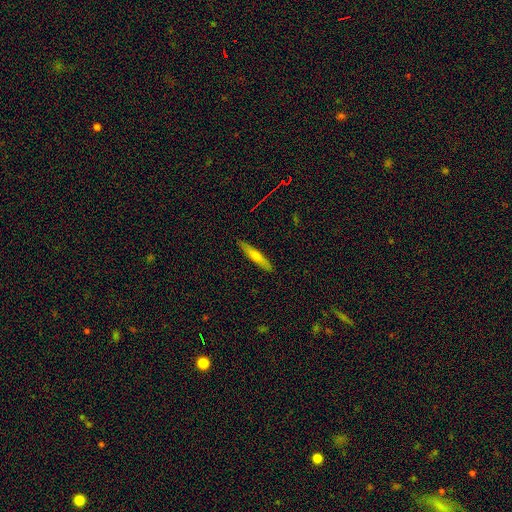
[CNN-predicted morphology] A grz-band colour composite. It shows a smooth galaxy with no disk features (51%) that is cigar-shaped (89%). Merging: none (90%).